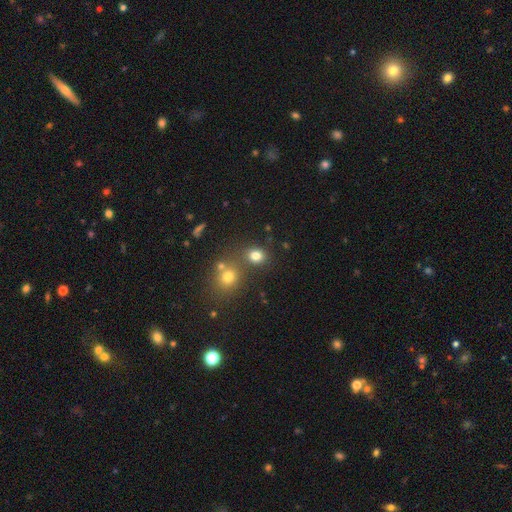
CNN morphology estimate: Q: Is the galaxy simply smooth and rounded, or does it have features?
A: smooth — 76%.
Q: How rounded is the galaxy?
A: round — 65%.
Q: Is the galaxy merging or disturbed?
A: none — 67%.